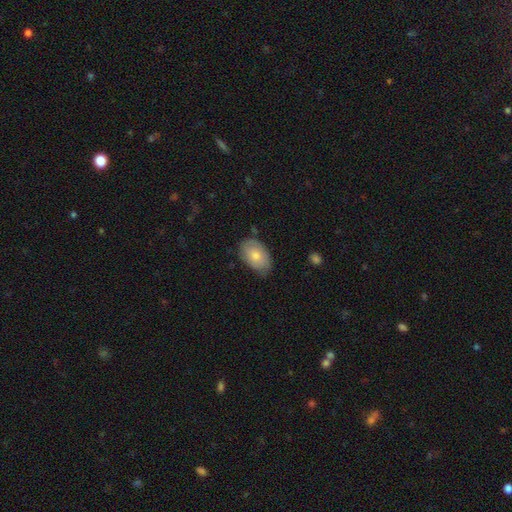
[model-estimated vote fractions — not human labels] The model was most divided on "merging": none: 68%, minor disturbance: 26%, major disturbance: 5%, merger: 2%. More confident: how rounded — in between (90%); smooth or featured — smooth (71%).